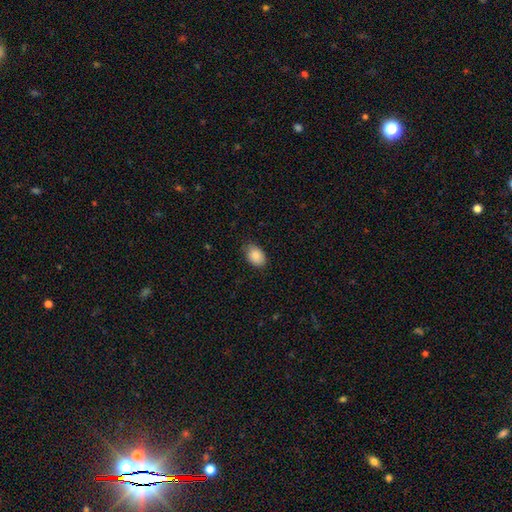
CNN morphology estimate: A smooth galaxy with no disk features (86%) that is in between round and cigar-shaped (84%). Merging: none (80%).